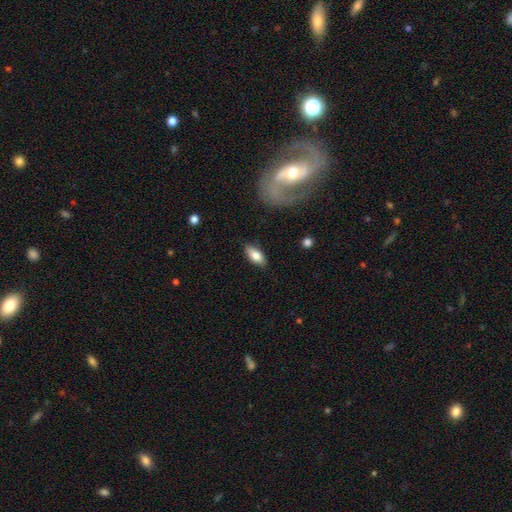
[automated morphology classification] The model was most divided on "smooth or featured": smooth: 78%, featured or disk: 15%, star or artifact: 7%. More confident: how rounded — in between (84%); merging — none (82%).